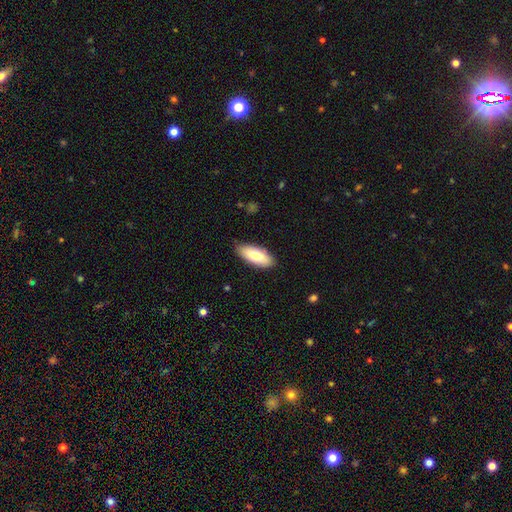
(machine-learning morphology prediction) Q: Smooth or featured?
A: smooth (78%); runner-up: featured or disk (16%)
Q: How rounded?
A: in between (81%); runner-up: cigar-shaped (17%)
Q: Merging?
A: none (84%); runner-up: minor disturbance (13%)